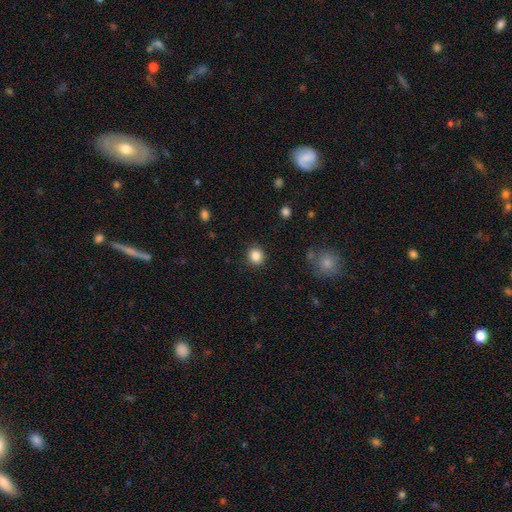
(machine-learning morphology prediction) The model was most divided on "how rounded": round: 84%, in between: 15%, cigar-shaped: 1%. More confident: merging — none (89%); smooth or featured — smooth (86%).